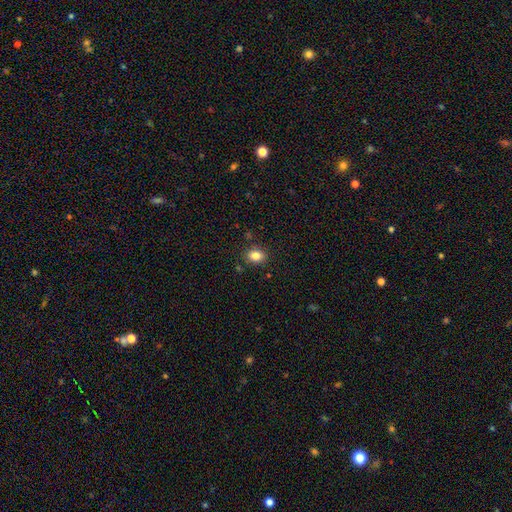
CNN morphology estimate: smooth 84%, star or artifact 10%, featured or disk 6%. Down the decision tree: how rounded — in between (59%); merging — none (85%).